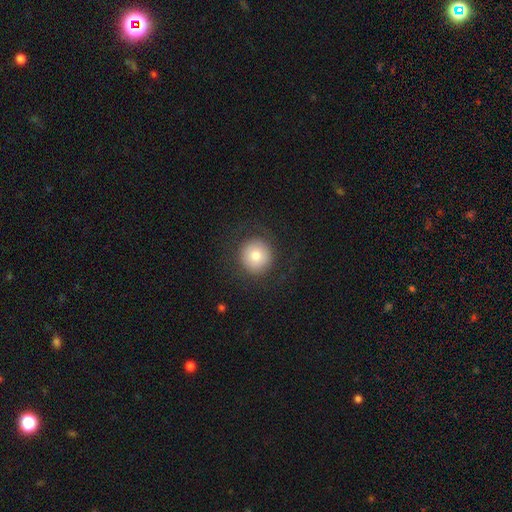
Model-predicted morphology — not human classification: Smooth or featured? smooth (74%)
How rounded? round (92%)
Merging? none (84%)